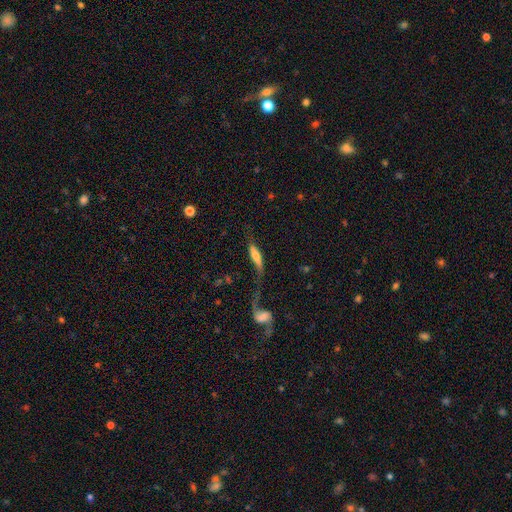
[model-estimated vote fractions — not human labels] smooth-or-featured: smooth: 50% | featured or disk: 41% | star or artifact: 9%
  how-rounded: cigar-shaped: 60% | in between: 36% | round: 4%
  merging: merger: 42% | major disturbance: 25% | none: 21% | minor disturbance: 12%